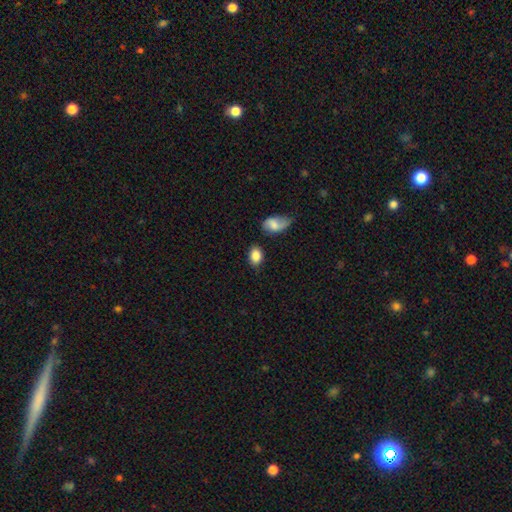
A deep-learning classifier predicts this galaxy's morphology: Smooth or featured: smooth — 86% (star or artifact — 8%)
How rounded: in between — 80% (round — 19%)
Merging: none — 75% (minor disturbance — 15%)